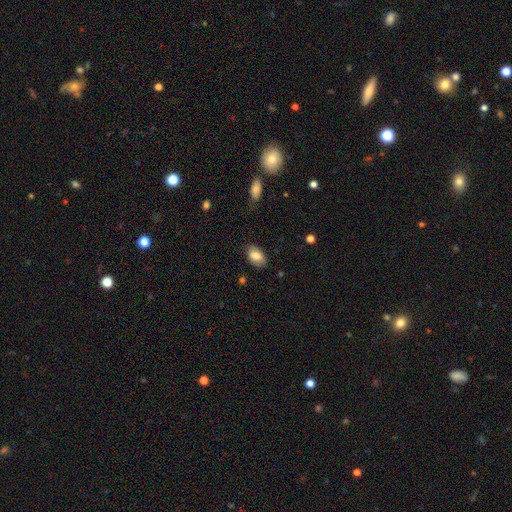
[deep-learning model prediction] This is likely a smooth galaxy (78%). How rounded: clearly in between (93%). Merging: clearly none (80%).